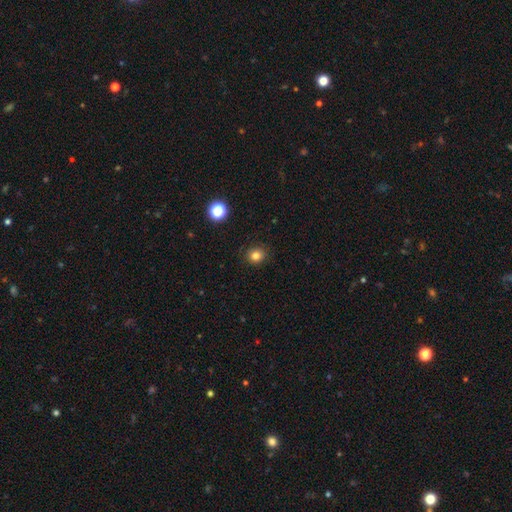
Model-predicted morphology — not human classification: The model was most divided on "how rounded": round: 81%, in between: 18%, cigar-shaped: 1%. More confident: merging — none (89%); smooth or featured — smooth (81%).